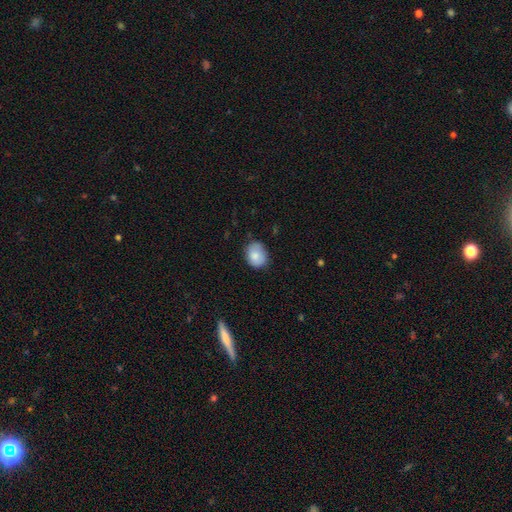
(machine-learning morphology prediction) type=smooth (82%); roundness=in between (52%); merging=none (72%).